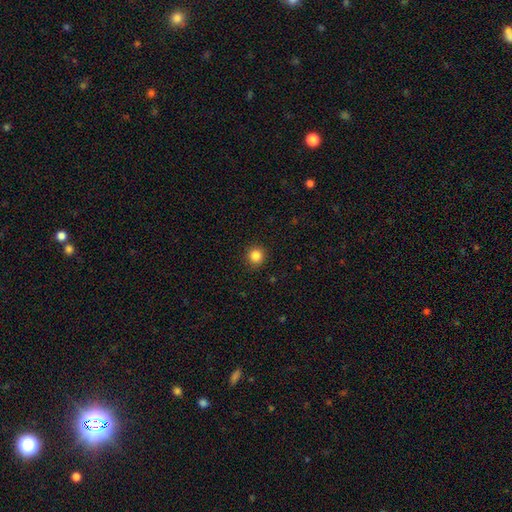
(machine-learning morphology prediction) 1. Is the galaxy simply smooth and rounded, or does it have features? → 85% smooth, 11% star or artifact, 4% featured or disk.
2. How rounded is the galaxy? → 92% round, 7% in between, 1% cigar-shaped.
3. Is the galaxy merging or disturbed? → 92% none, 6% minor disturbance, 2% major disturbance, 1% merger.